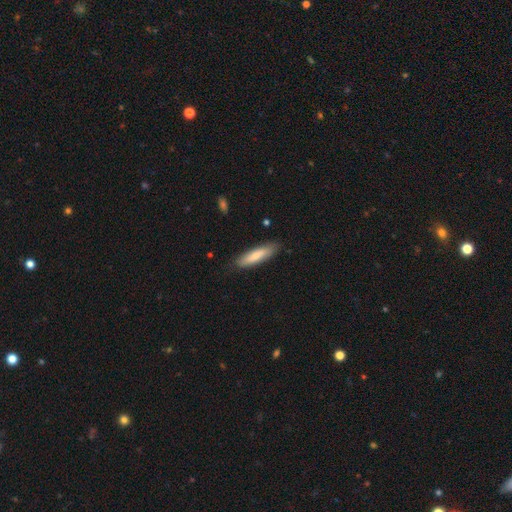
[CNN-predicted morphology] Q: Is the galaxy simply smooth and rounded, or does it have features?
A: smooth — 77%.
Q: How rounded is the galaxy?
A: cigar-shaped — 69%.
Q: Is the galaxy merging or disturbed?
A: none — 83%.